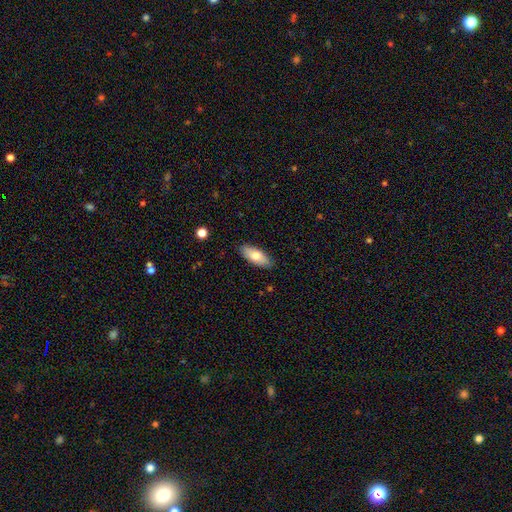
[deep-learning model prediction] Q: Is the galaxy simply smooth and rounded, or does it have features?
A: smooth — 75%.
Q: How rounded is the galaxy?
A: in between — 82%.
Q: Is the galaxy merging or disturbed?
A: none — 87%.